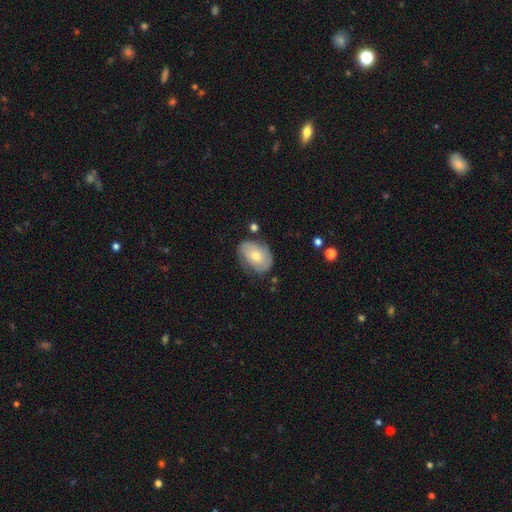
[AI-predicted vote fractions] Smooth or featured: smooth — 47% (featured or disk — 45%)
Merging: none — 68% (minor disturbance — 22%)